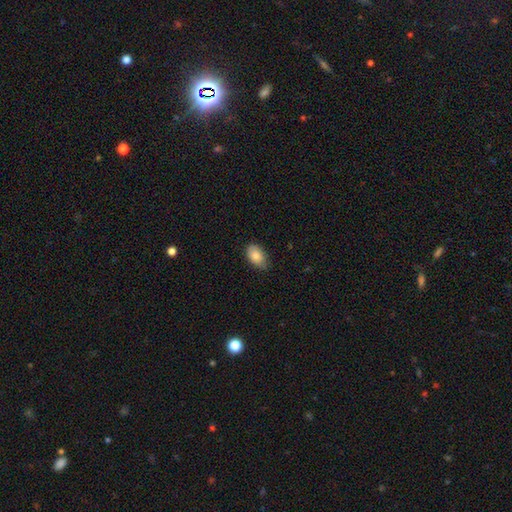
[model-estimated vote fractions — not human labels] Overall: smooth (86%). How rounded: in between (91%). Merging: none (76%).